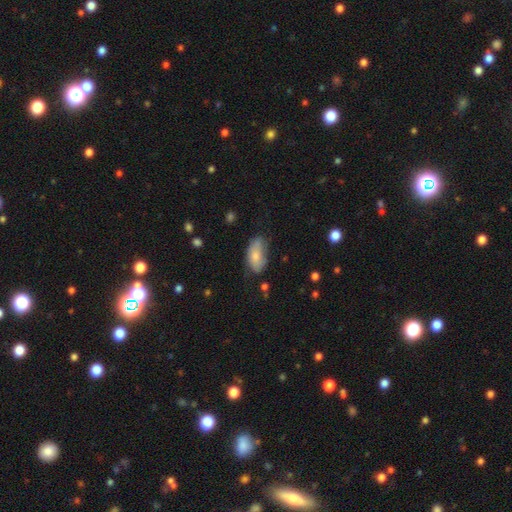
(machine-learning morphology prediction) smooth-or-featured: smooth: 73% | featured or disk: 20% | star or artifact: 7%
  how-rounded: in between: 91% | cigar-shaped: 5% | round: 4%
  merging: none: 54% | minor disturbance: 33% | major disturbance: 10% | merger: 3%